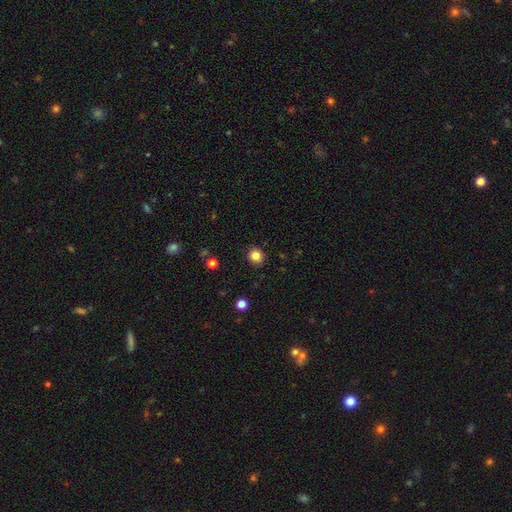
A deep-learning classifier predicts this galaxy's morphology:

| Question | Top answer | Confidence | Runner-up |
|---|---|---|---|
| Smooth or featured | smooth | 83% | star or artifact (12%) |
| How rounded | round | 87% | in between (12%) |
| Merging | none | 90% | minor disturbance (7%) |